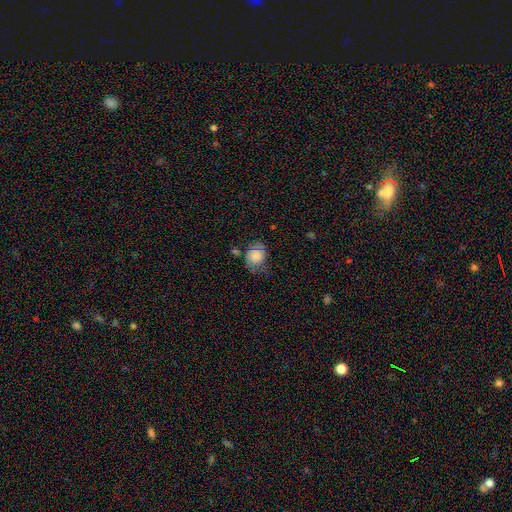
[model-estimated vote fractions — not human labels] A smooth galaxy with no disk features (64%) that is round (63%).

Vote fractions:
- Smooth or featured? smooth: 64% / featured or disk: 26% / star or artifact: 10%
- How rounded? round: 63% / in between: 35% / cigar-shaped: 1%
- Merging? none: 49% / minor disturbance: 30% / major disturbance: 16% / merger: 5%